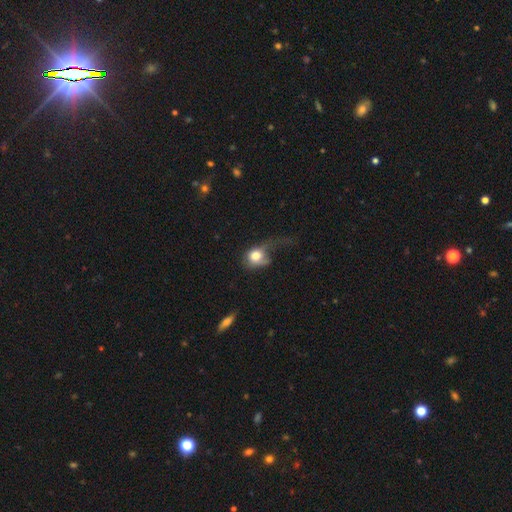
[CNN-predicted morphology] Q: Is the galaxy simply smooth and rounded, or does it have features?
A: smooth — 70%.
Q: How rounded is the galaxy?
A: round — 53%.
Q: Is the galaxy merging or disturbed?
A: major disturbance — 57%.